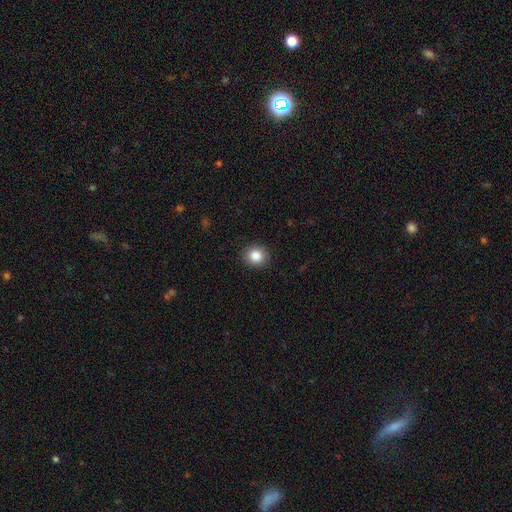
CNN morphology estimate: A smooth galaxy with no disk features (85%) that is round (82%).

Vote fractions:
- Smooth or featured? smooth: 85% / star or artifact: 9% / featured or disk: 5%
- How rounded? round: 82% / in between: 18% / cigar-shaped: 1%
- Merging? none: 91% / minor disturbance: 6% / major disturbance: 2% / merger: 1%